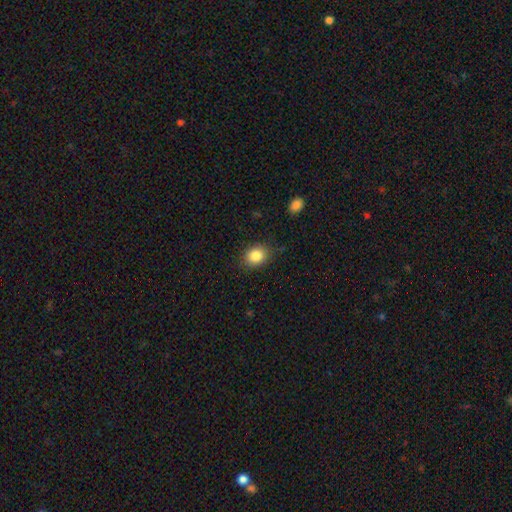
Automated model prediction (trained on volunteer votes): Smooth or featured? Predicted: smooth (p=0.85). How rounded? Predicted: round (p=0.50). Merging? Predicted: none (p=0.83).